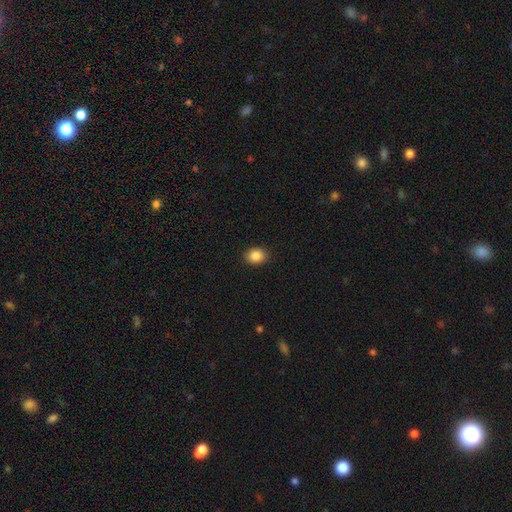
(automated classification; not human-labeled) A smooth galaxy with no disk features (88%) that is round (52%).

Vote fractions:
- Smooth or featured? smooth: 88% / star or artifact: 9% / featured or disk: 3%
- How rounded? round: 52% / in between: 47% / cigar-shaped: 1%
- Merging? none: 90% / minor disturbance: 7% / major disturbance: 2% / merger: 1%